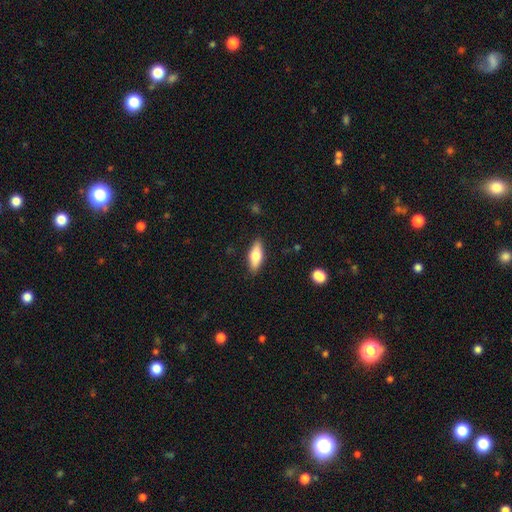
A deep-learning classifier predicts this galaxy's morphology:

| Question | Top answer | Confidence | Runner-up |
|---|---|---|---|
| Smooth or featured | smooth | 68% | featured or disk (26%) |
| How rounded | in between | 62% | cigar-shaped (35%) |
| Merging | none | 87% | minor disturbance (9%) |